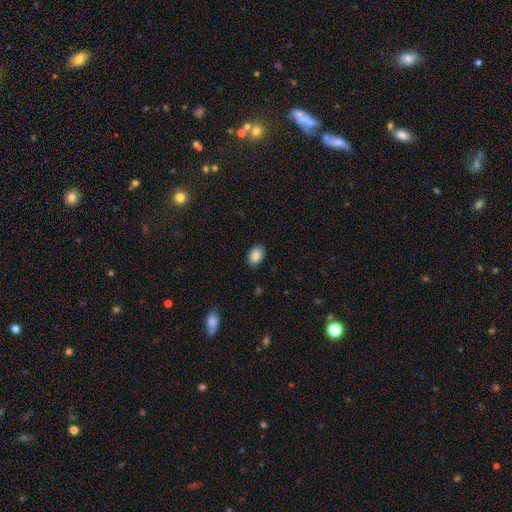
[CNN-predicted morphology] smooth-or-featured: smooth: 87% | star or artifact: 8% | featured or disk: 6%
  how-rounded: in between: 81% | round: 18% | cigar-shaped: 1%
  merging: none: 87% | minor disturbance: 10% | major disturbance: 2% | merger: 1%